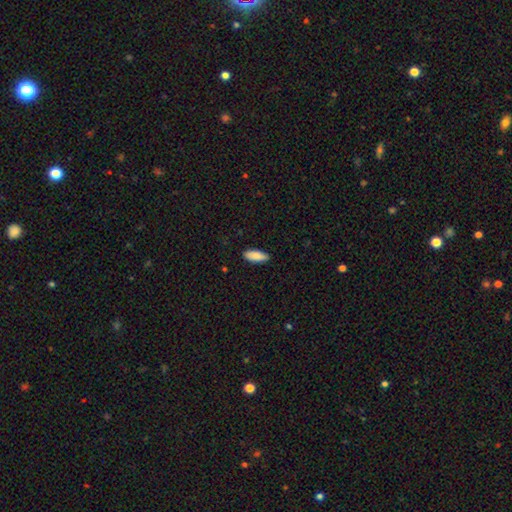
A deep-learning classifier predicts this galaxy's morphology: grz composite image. It shows a smooth galaxy with no disk features (87%) that is in between round and cigar-shaped (76%). Merging: none (87%).